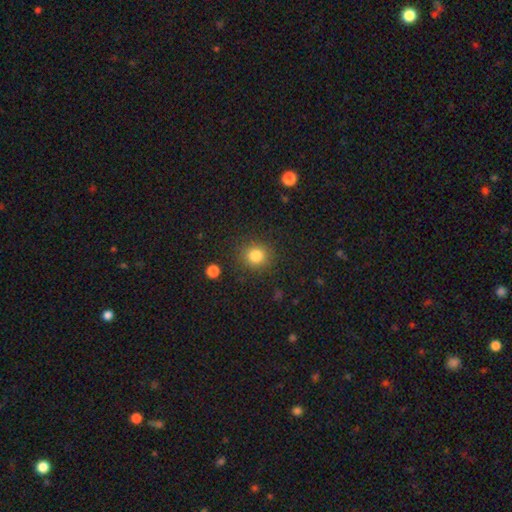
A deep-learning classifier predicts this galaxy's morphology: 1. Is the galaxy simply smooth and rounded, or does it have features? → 83% smooth, 12% star or artifact, 5% featured or disk.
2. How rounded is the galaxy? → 87% round, 12% in between, 1% cigar-shaped.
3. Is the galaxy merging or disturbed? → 88% none, 8% minor disturbance, 3% major disturbance, 2% merger.